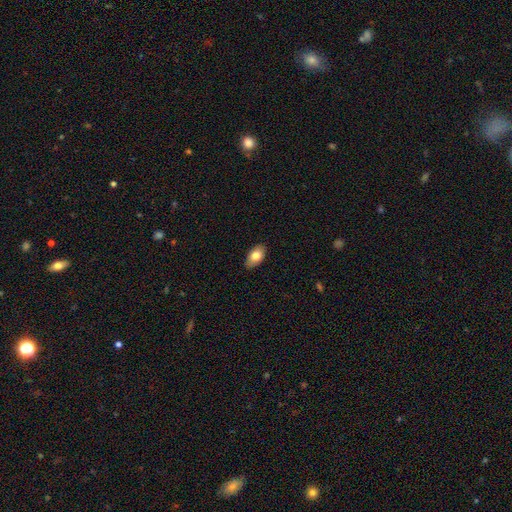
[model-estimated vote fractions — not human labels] Smooth or featured: smooth — 80% (featured or disk — 14%)
How rounded: in between — 92% (round — 6%)
Merging: none — 85% (minor disturbance — 12%)